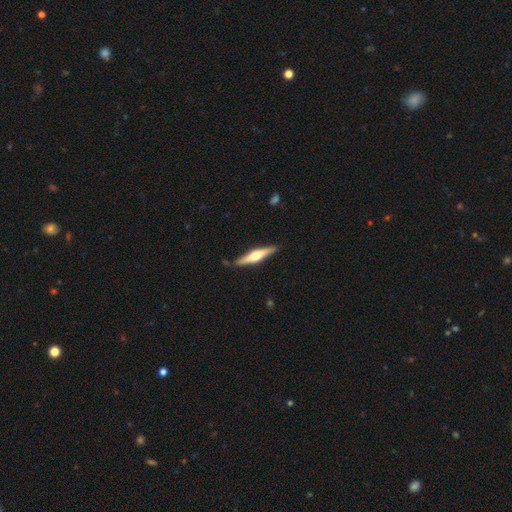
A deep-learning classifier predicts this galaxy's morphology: Smooth or featured: featured or disk — 66% (smooth — 29%)
Edge-on disk: yes — 96% (no — 4%)
Edge-on bulge: rounded — 92% (boxy — 5%)
Merging: none — 86% (minor disturbance — 10%)